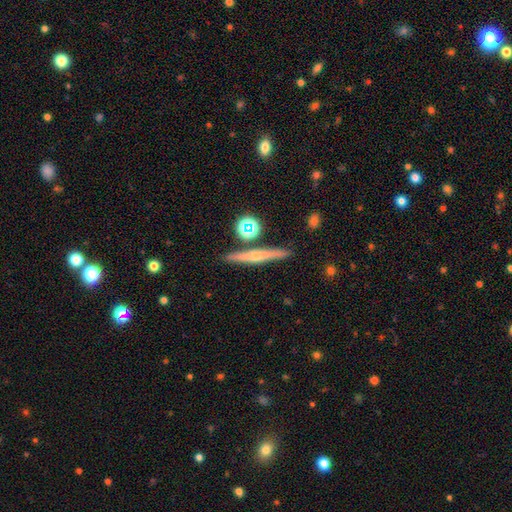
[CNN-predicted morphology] Smooth or featured? featured or disk (61%)
Edge-on disk? yes (96%)
Edge-on bulge? rounded (67%)
Merging? none (85%)